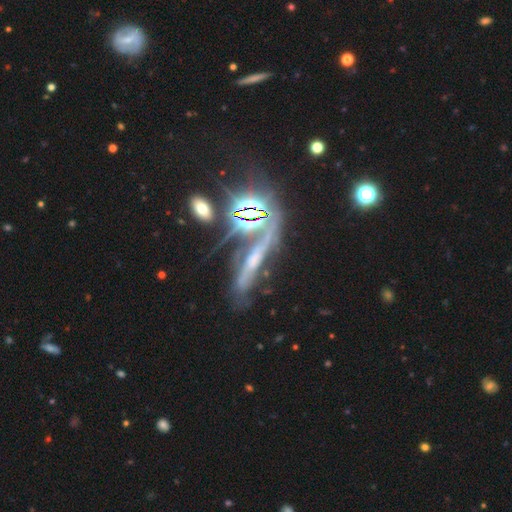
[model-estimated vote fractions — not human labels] smooth-or-featured: featured or disk: 54% | star or artifact: 29% | smooth: 17%
  disk-edge-on: yes: 58% | no: 42%
  merging: none: 45% | merger: 20% | major disturbance: 18% | minor disturbance: 17%